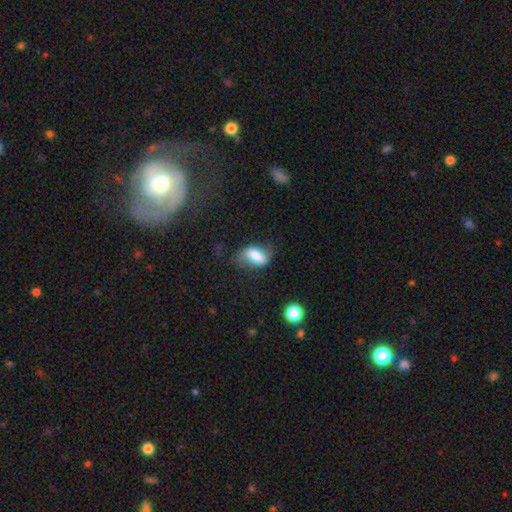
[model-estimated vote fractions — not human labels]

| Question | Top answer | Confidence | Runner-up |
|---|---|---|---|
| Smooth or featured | smooth | 65% | featured or disk (26%) |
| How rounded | in between | 86% | round (8%) |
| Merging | none | 52% | minor disturbance (29%) |